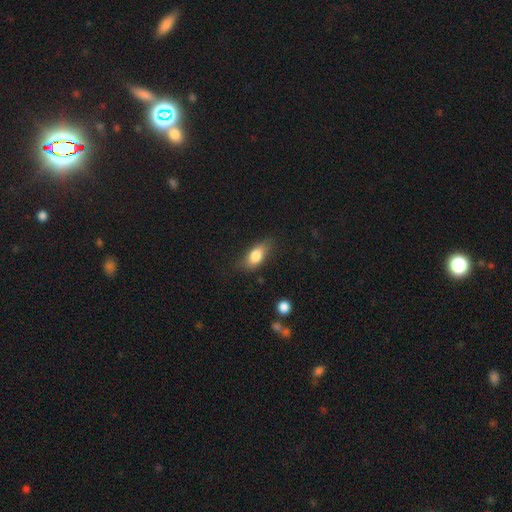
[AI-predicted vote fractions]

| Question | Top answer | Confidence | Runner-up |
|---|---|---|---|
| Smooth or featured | smooth | 77% | featured or disk (15%) |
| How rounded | in between | 81% | cigar-shaped (13%) |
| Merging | none | 73% | minor disturbance (20%) |